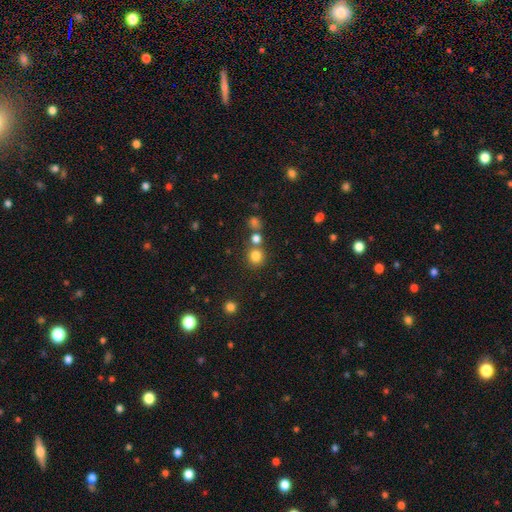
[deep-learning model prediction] The model was most divided on "merging": none: 69%, merger: 19%, minor disturbance: 8%, major disturbance: 4%. More confident: how rounded — round (89%); smooth or featured — smooth (80%).